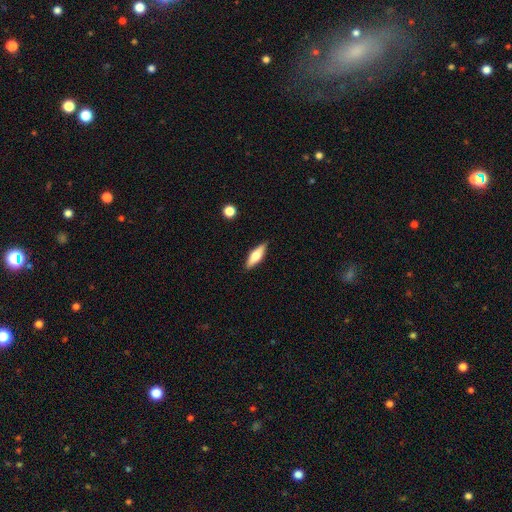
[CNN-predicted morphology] Overall: smooth (58%; featured or disk 35%). How rounded: in between (53%; cigar-shaped 44%). Merging: none (88%).